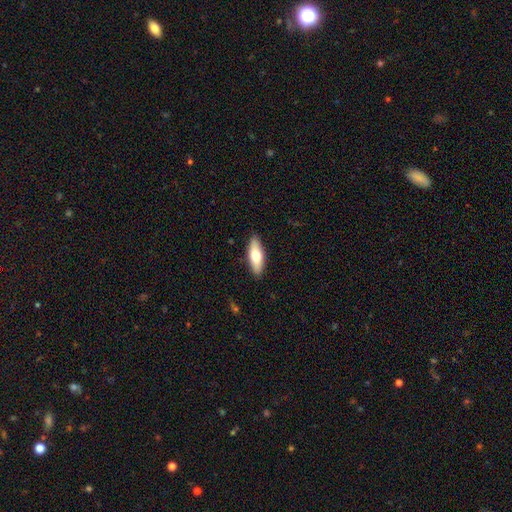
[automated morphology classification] A smooth galaxy with no disk features (68%) that is in between round and cigar-shaped (65%).

Vote fractions:
- Smooth or featured? smooth: 68% / featured or disk: 27% / star or artifact: 6%
- How rounded? in between: 65% / cigar-shaped: 33% / round: 2%
- Merging? none: 89% / minor disturbance: 8% / major disturbance: 2% / merger: 1%